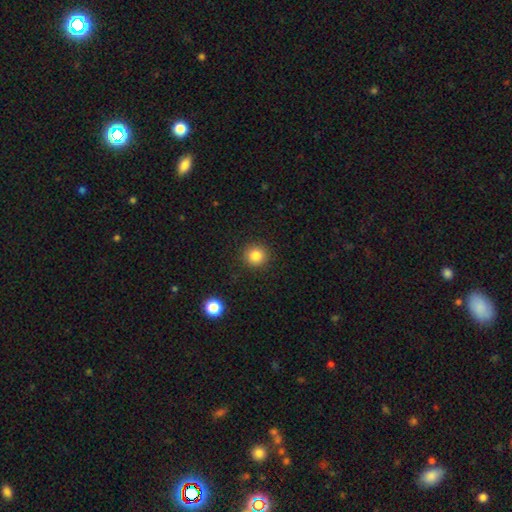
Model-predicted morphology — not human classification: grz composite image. It shows a smooth galaxy with no disk features (84%) that is round (94%). Merging: none (91%).